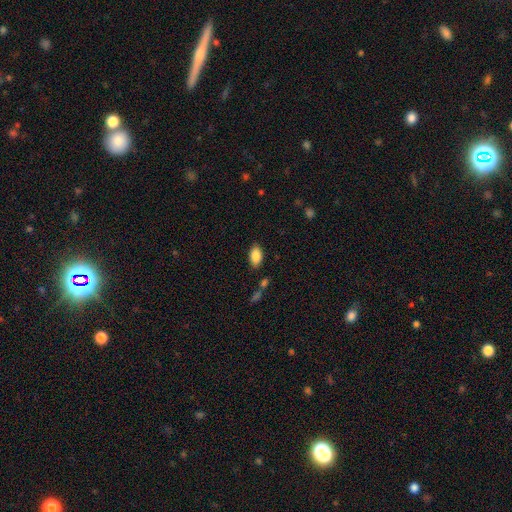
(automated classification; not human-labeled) Smooth or featured?
  - smooth: 87% *
  - star or artifact: 7%
  - featured or disk: 6%
How rounded?
  - in between: 93% *
  - round: 5%
  - cigar-shaped: 2%
Merging?
  - none: 84% *
  - minor disturbance: 11%
  - merger: 3%
  - major disturbance: 3%